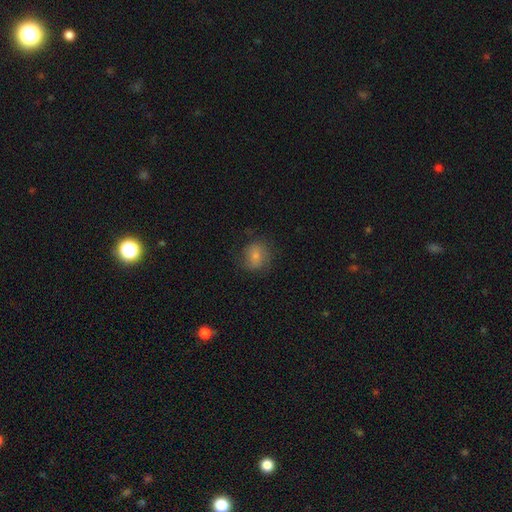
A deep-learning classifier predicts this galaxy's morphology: Smooth or featured? smooth (71%)
How rounded? round (67%)
Merging? none (71%)